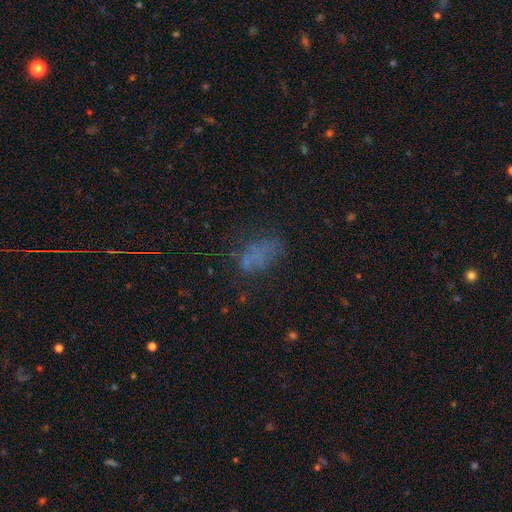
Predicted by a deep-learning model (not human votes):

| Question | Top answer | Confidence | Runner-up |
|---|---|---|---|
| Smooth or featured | smooth | 50% | featured or disk (26%) |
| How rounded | in between | 84% | round (11%) |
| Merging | none | 52% | major disturbance (22%) |